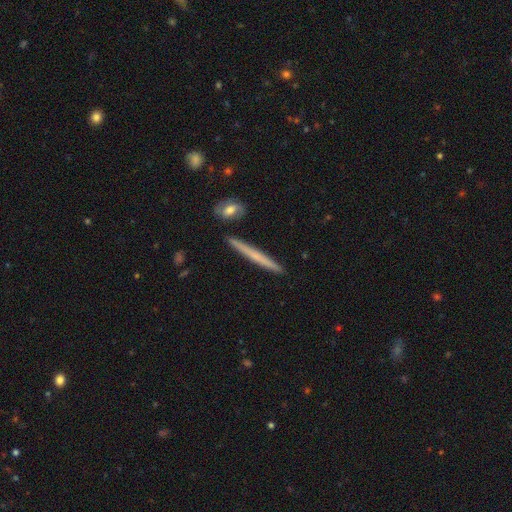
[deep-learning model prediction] smooth-or-featured: smooth: 49% | featured or disk: 45% | star or artifact: 6%
  merging: none: 90% | minor disturbance: 6% | merger: 2% | major disturbance: 1%